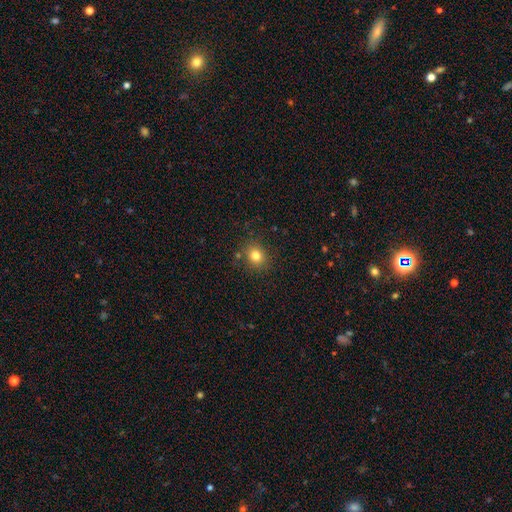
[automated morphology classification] This appears to be a smooth galaxy with no disk features (79%) that is round (74%). Merging: none (84%).